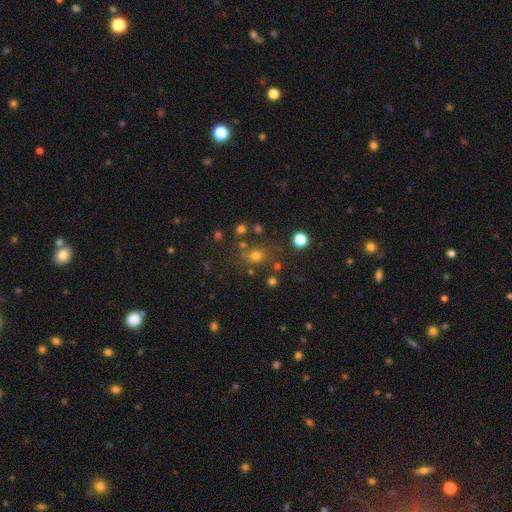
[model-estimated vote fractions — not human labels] This appears to be a smooth galaxy with no disk features (62%) that is round (72%). Merging: none (70%).